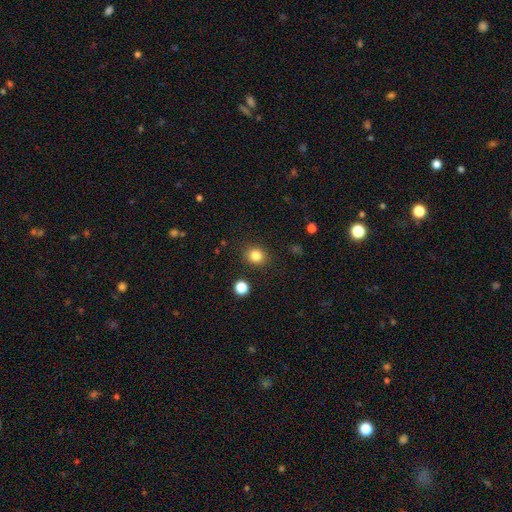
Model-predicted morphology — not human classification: A smooth galaxy with no disk features (83%) that is round (76%).

Vote fractions:
- Smooth or featured? smooth: 83% / star or artifact: 12% / featured or disk: 5%
- How rounded? round: 76% / in between: 23% / cigar-shaped: 1%
- Merging? none: 88% / minor disturbance: 7% / major disturbance: 2% / merger: 2%